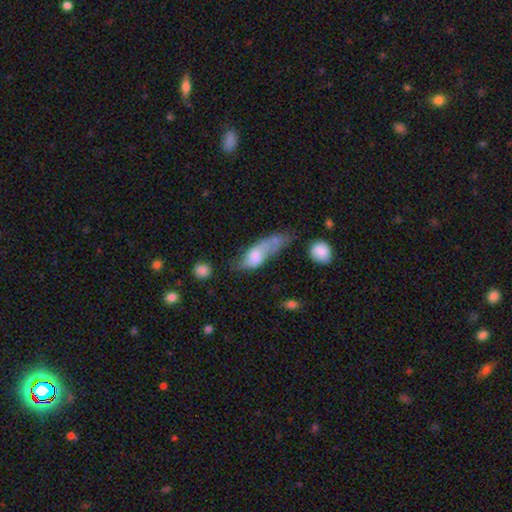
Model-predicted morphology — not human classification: Smooth or featured?
  - smooth: 60% *
  - featured or disk: 32%
  - star or artifact: 7%
How rounded?
  - in between: 68% *
  - cigar-shaped: 26%
  - round: 6%
Merging?
  - major disturbance: 40% *
  - minor disturbance: 23%
  - none: 19%
  - merger: 18%